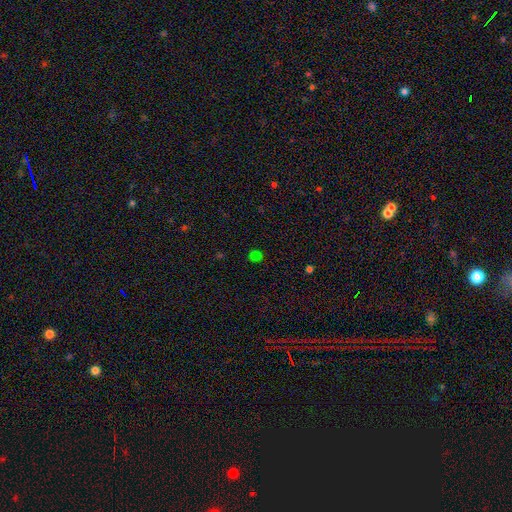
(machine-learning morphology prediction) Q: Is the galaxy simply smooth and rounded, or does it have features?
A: smooth — 57%.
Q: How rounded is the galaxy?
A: round — 73%.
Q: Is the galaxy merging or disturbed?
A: none — 79%.